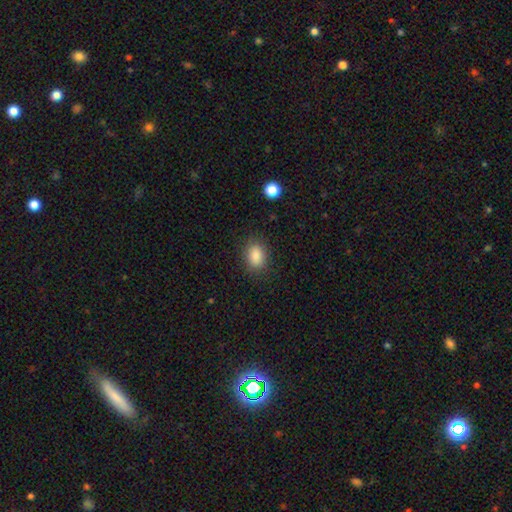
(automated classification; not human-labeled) A smooth galaxy with no disk features (87%) that is in between round and cigar-shaped (79%). Merging: none (84%).